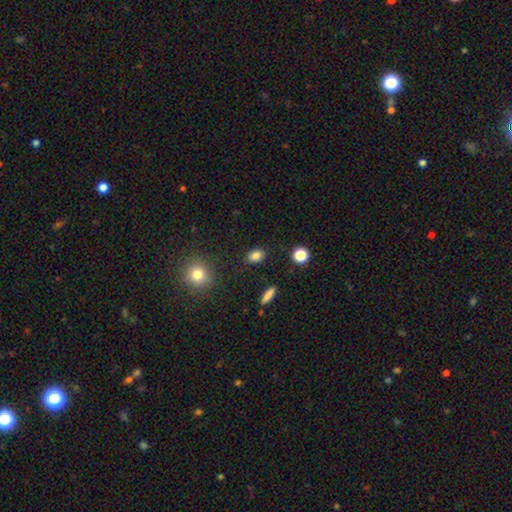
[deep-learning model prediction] Smooth or featured: smooth — 83% (star or artifact — 11%)
How rounded: in between — 75% (round — 22%)
Merging: none — 86% (minor disturbance — 9%)